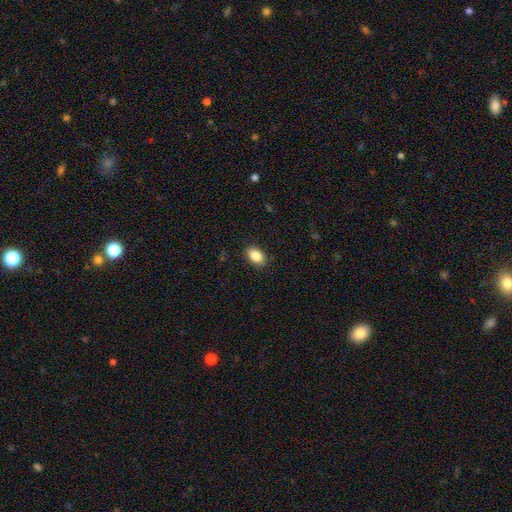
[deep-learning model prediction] Smooth or featured?
  - smooth: 86% *
  - star or artifact: 8%
  - featured or disk: 6%
How rounded?
  - in between: 86% *
  - round: 13%
  - cigar-shaped: 1%
Merging?
  - none: 88% *
  - minor disturbance: 9%
  - major disturbance: 2%
  - merger: 1%